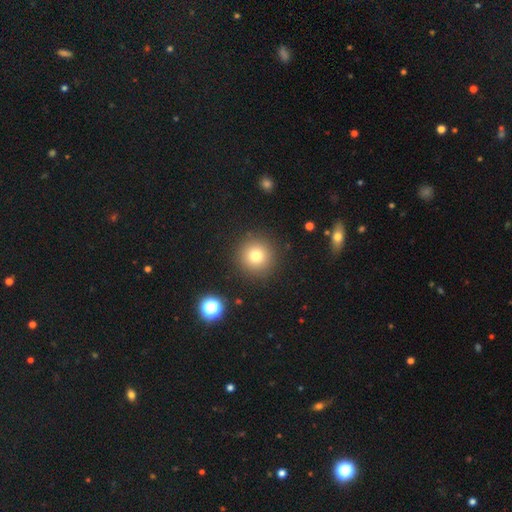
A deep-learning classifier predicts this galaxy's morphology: Smooth or featured? Predicted: smooth (p=0.77). How rounded? Predicted: round (p=0.95). Merging? Predicted: none (p=0.90).